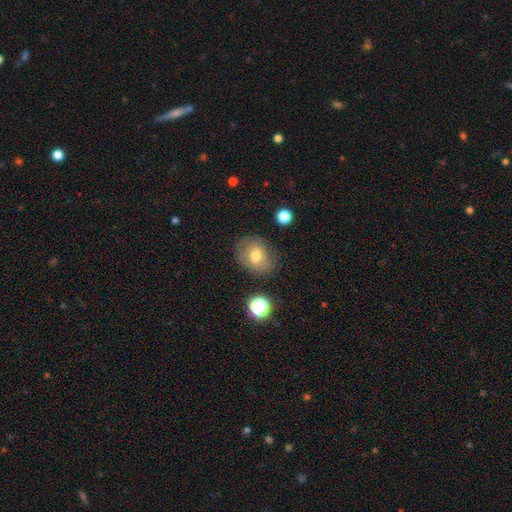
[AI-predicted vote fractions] smooth_or_featured: smooth (p=0.63) [alt: featured or disk p=0.25]
how_rounded: round (p=0.52) [alt: in between p=0.47]
merging: none (p=0.73) [alt: minor disturbance p=0.18]